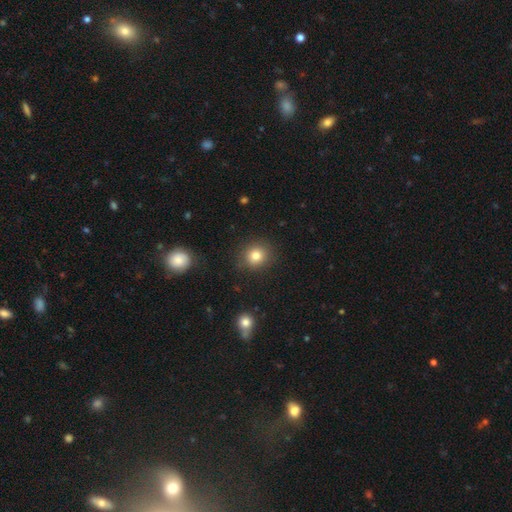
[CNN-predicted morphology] smooth 82%, star or artifact 11%, featured or disk 7%. Down the decision tree: how rounded — round (84%); merging — none (87%).